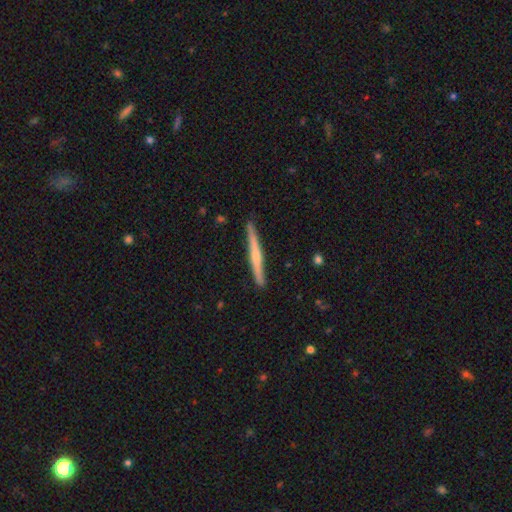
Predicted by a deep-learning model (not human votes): Smooth or featured? featured or disk (63%)
Edge-on disk? yes (97%)
Edge-on bulge? rounded (63%)
Merging? none (90%)